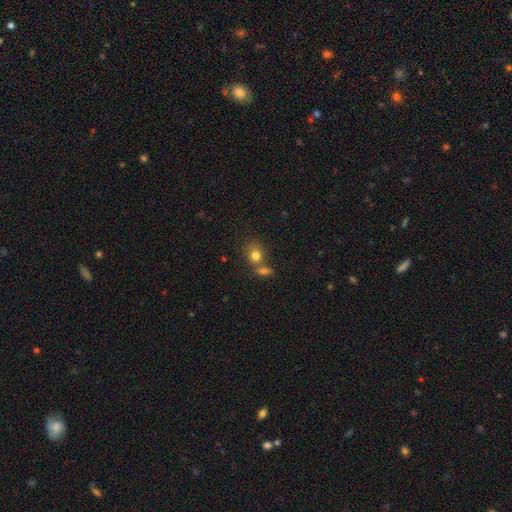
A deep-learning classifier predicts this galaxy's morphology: Smooth or featured? smooth (79%)
How rounded? round (61%)
Merging? none (45%)